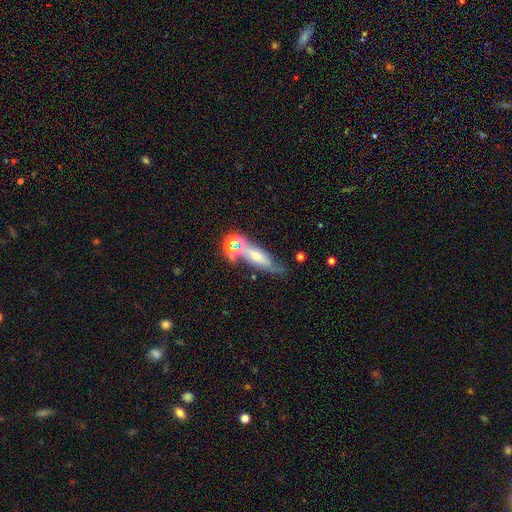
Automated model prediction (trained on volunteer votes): This is marginally a featured or disk galaxy (42%, tied with smooth). Merging: marginally none (42%).